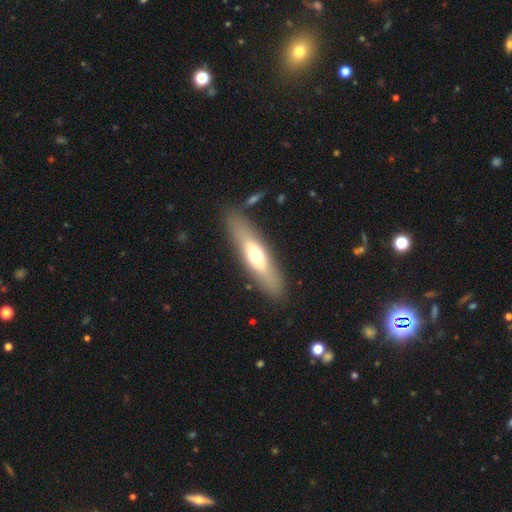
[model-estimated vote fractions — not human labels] This is possibly a smooth galaxy (52%). How rounded: likely cigar-shaped (64%). Merging: clearly none (83%).